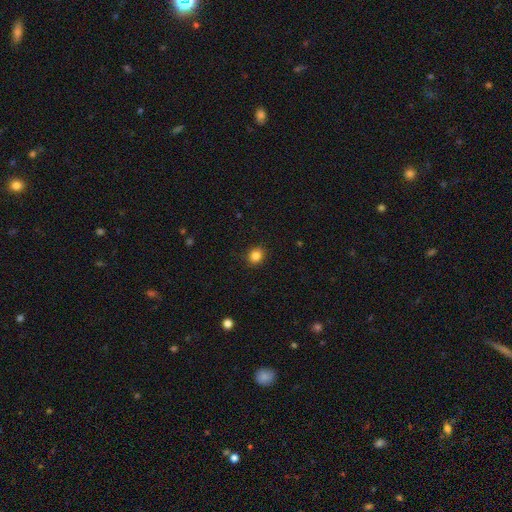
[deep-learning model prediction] Morphology: type=smooth (85%); roundness=round (80%); merging=none (90%).